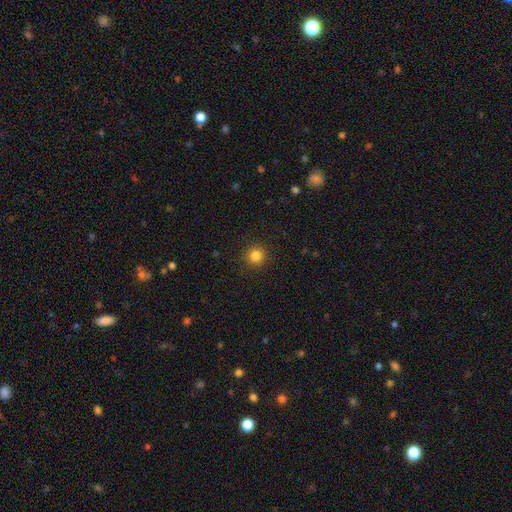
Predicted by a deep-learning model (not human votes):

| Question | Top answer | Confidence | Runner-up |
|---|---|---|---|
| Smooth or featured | smooth | 83% | star or artifact (12%) |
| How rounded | round | 95% | in between (4%) |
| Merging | none | 92% | minor disturbance (5%) |